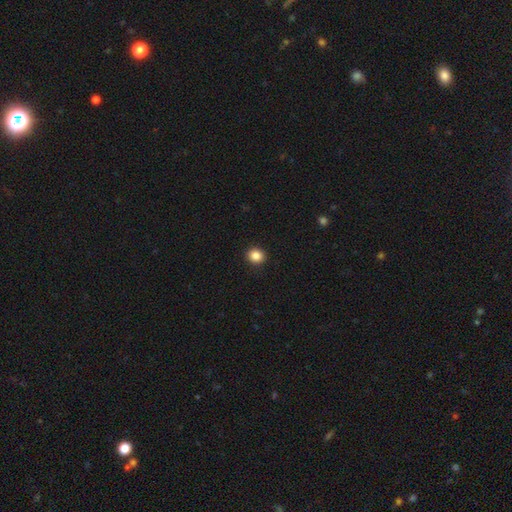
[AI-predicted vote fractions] Q: Smooth or featured?
A: smooth (86%); runner-up: star or artifact (10%)
Q: How rounded?
A: round (84%); runner-up: in between (15%)
Q: Merging?
A: none (93%); runner-up: minor disturbance (5%)